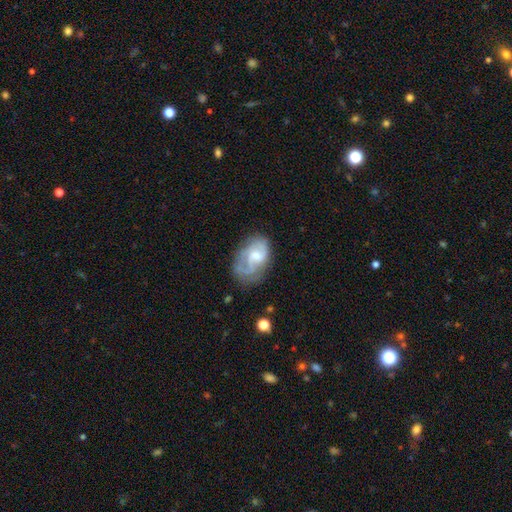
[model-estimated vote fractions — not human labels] The model was most divided on "bar": no: 50%, weak: 43%, strong: 7%. Remaining: edge-on disk — no (97%); spiral arms — yes (79%); smooth or featured — featured or disk (65%); merging — none (48%); bulge size — moderate (47%).